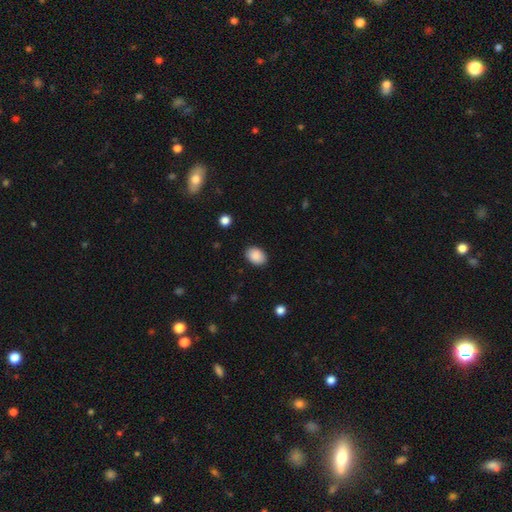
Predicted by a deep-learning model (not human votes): Smooth or featured? Predicted: smooth (p=0.90). How rounded? Predicted: in between (p=0.77). Merging? Predicted: none (p=0.88).